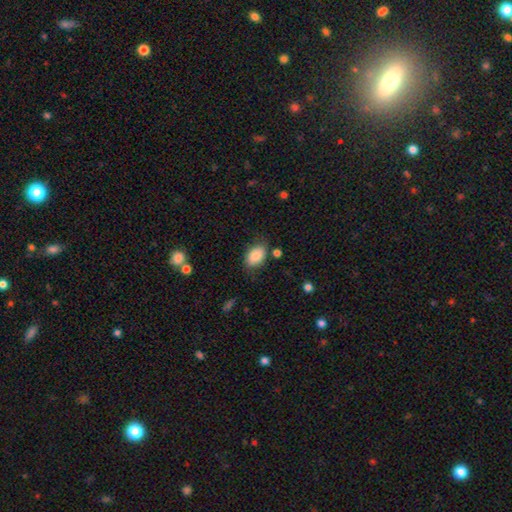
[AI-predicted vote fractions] Smooth or featured?
  - smooth: 84% *
  - featured or disk: 8%
  - star or artifact: 8%
How rounded?
  - in between: 87% *
  - round: 12%
  - cigar-shaped: 1%
Merging?
  - none: 74% *
  - minor disturbance: 18%
  - major disturbance: 5%
  - merger: 3%